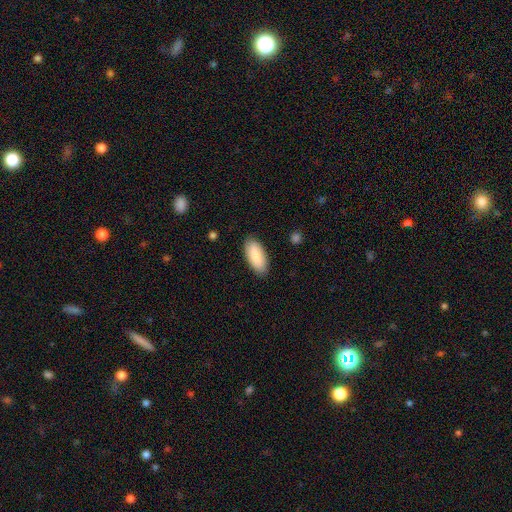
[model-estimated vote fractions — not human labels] Smooth or featured?
  - smooth: 83% *
  - featured or disk: 11%
  - star or artifact: 6%
How rounded?
  - in between: 89% *
  - cigar-shaped: 10%
  - round: 2%
Merging?
  - none: 86% *
  - minor disturbance: 11%
  - major disturbance: 2%
  - merger: 1%